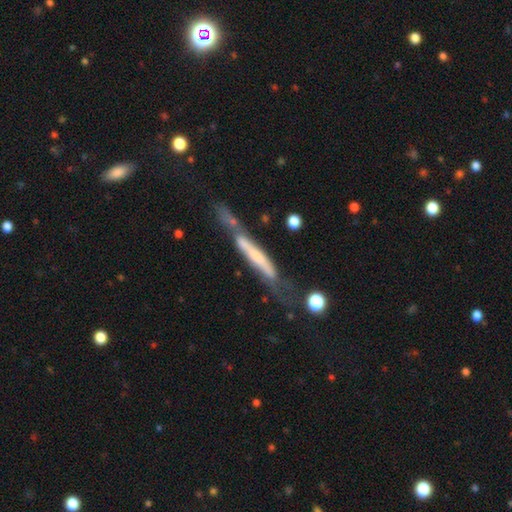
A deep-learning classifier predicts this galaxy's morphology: Q: Smooth or featured?
A: featured or disk (54%); runner-up: smooth (38%)
Q: Edge-on disk?
A: yes (78%); runner-up: no (22%)
Q: Merging?
A: none (40%); runner-up: minor disturbance (24%)